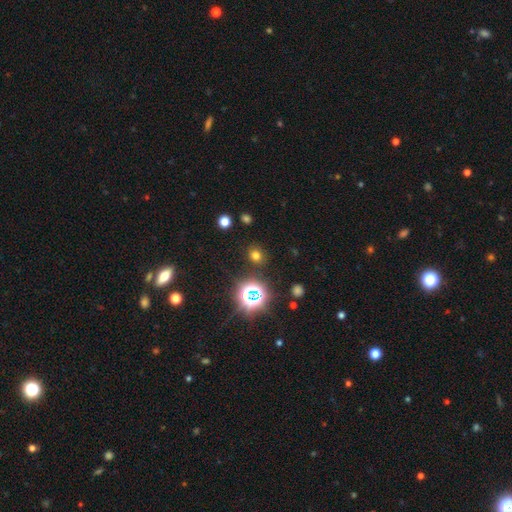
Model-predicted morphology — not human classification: A smooth galaxy with no disk features (65%) that is round (72%).

Vote fractions:
- Smooth or featured? smooth: 65% / star or artifact: 29% / featured or disk: 6%
- How rounded? round: 72% / in between: 27% / cigar-shaped: 1%
- Merging? none: 85% / minor disturbance: 9% / major disturbance: 3% / merger: 3%